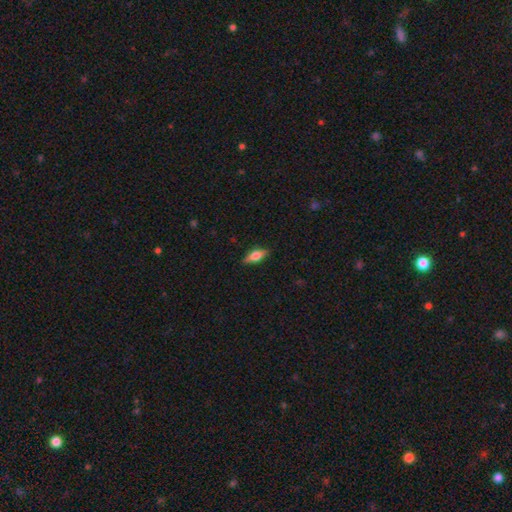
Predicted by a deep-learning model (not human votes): Smooth or featured? Predicted: smooth (p=0.57). How rounded? Predicted: in between (p=0.72). Merging? Predicted: none (p=0.83).